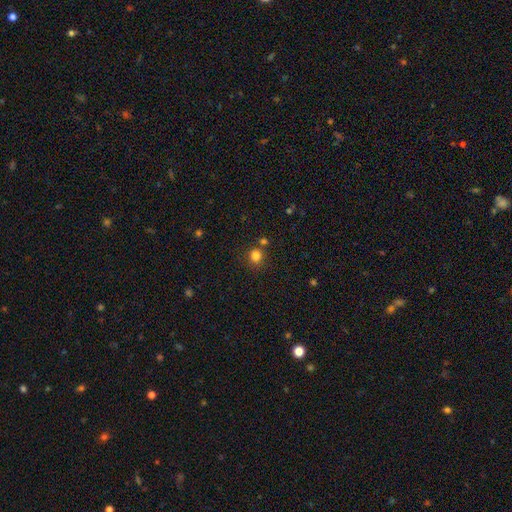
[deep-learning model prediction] smooth 81%, star or artifact 14%, featured or disk 5%. Down the decision tree: how rounded — round (85%); merging — none (74%).